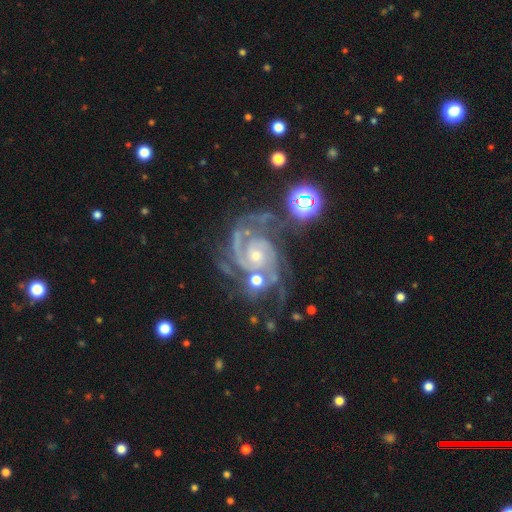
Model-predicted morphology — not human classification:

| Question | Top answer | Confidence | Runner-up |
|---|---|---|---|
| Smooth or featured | featured or disk | 90% | star or artifact (7%) |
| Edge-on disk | no | 98% | yes (2%) |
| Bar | no | 70% | weak (23%) |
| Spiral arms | yes | 98% | no (2%) |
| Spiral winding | tight | 64% | medium (32%) |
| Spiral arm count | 2 | 41% | 3 (30%) |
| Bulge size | small | 61% | moderate (34%) |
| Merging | none | 54% | minor disturbance (21%) |